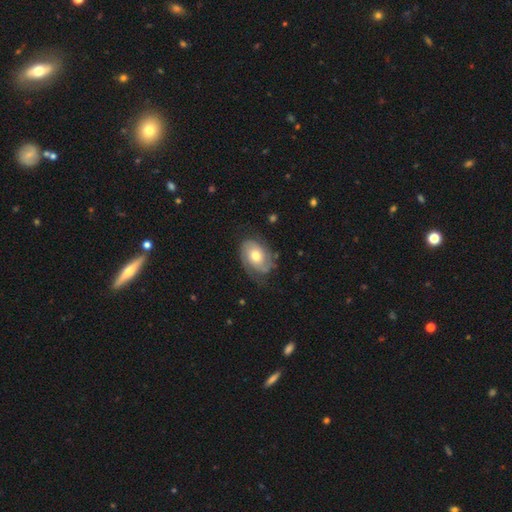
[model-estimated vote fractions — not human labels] A featured or disk galaxy (61%) with no bar (79%), spiral arms (82%) and a moderate central bulge (72%). Merging: none (61%).